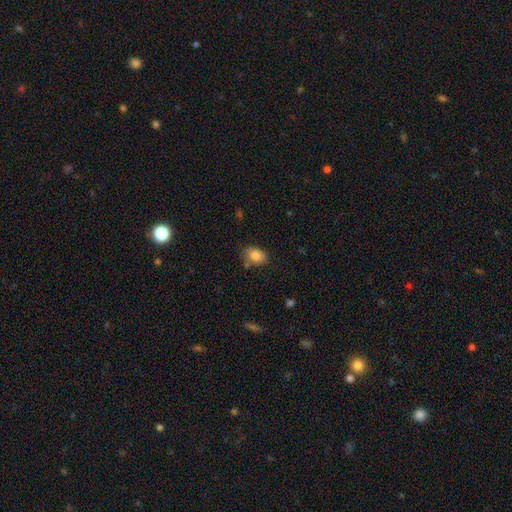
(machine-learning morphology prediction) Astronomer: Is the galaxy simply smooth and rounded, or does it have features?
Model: smooth — 84%.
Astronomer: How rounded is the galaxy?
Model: in between — 82%.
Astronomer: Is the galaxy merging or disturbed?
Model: none — 71%.